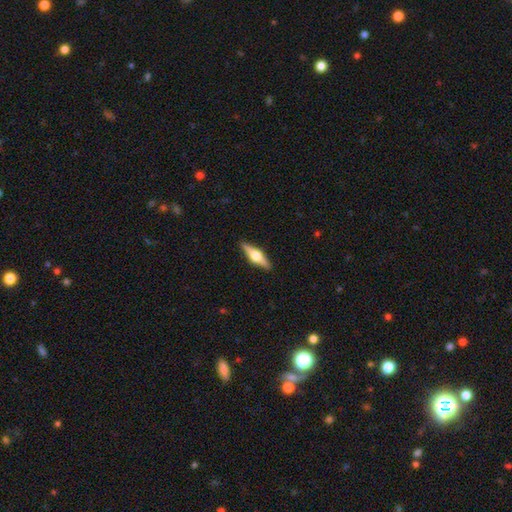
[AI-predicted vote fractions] Smooth or featured: featured or disk — 72% (smooth — 23%)
Edge-on disk: yes — 97% (no — 3%)
Edge-on bulge: rounded — 95% (boxy — 3%)
Merging: none — 91% (minor disturbance — 6%)